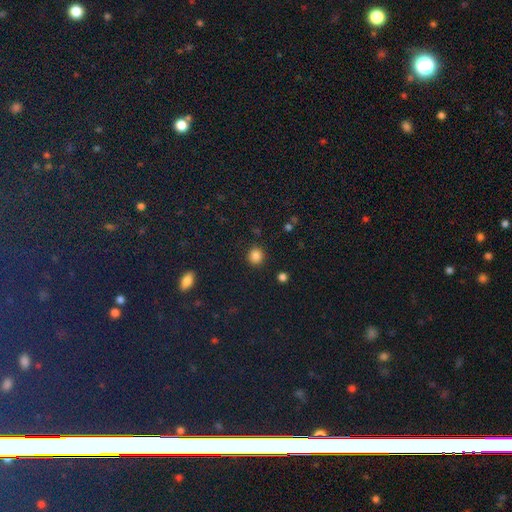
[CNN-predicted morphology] smooth 85%, star or artifact 12%, featured or disk 3%. Down the decision tree: how rounded — round (85%); merging — none (88%).